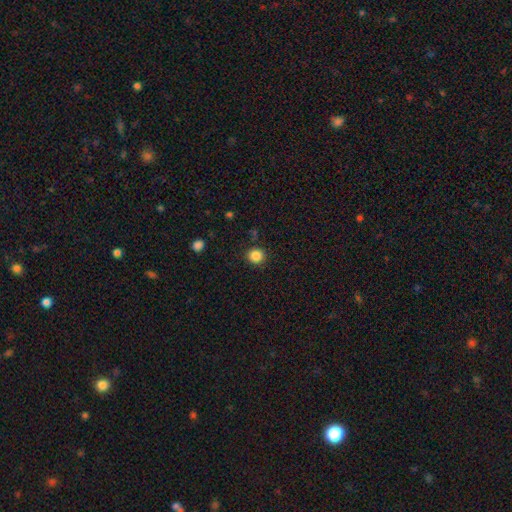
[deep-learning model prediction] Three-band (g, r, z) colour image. It shows a smooth galaxy with no disk features (85%) that is round (91%). Merging: none (90%).